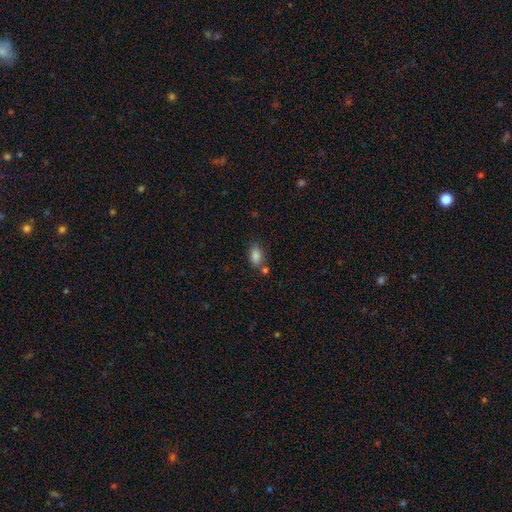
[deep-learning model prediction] This is clearly a smooth galaxy (85%). How rounded: clearly in between (86%). Merging: likely none (62%).